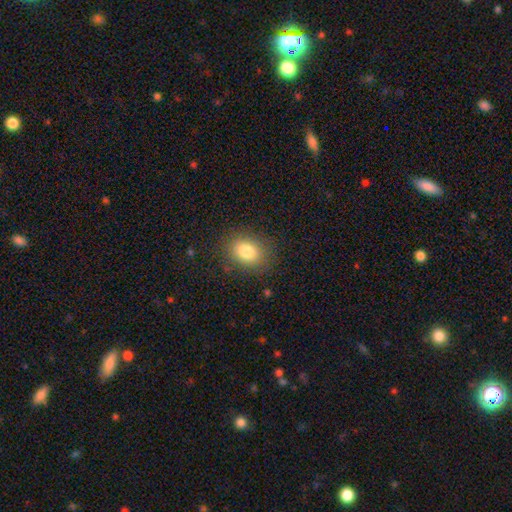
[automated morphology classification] Smooth or featured?
  - smooth: 78% *
  - star or artifact: 16%
  - featured or disk: 6%
How rounded?
  - round: 58% *
  - in between: 41%
  - cigar-shaped: 1%
Merging?
  - none: 91% *
  - minor disturbance: 6%
  - major disturbance: 2%
  - merger: 1%